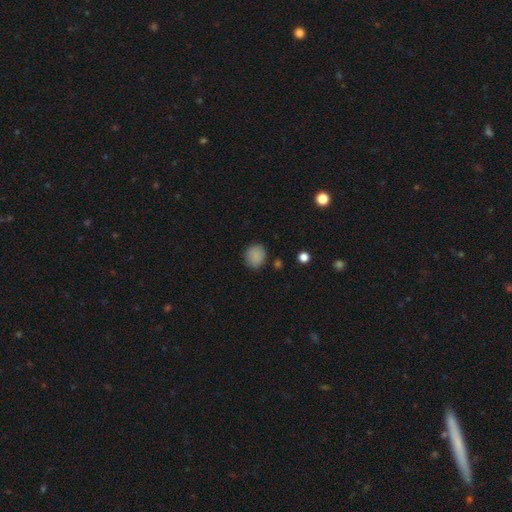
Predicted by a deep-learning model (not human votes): Smooth or featured? Predicted: smooth (p=0.86). How rounded? Predicted: round (p=0.80). Merging? Predicted: none (p=0.81).